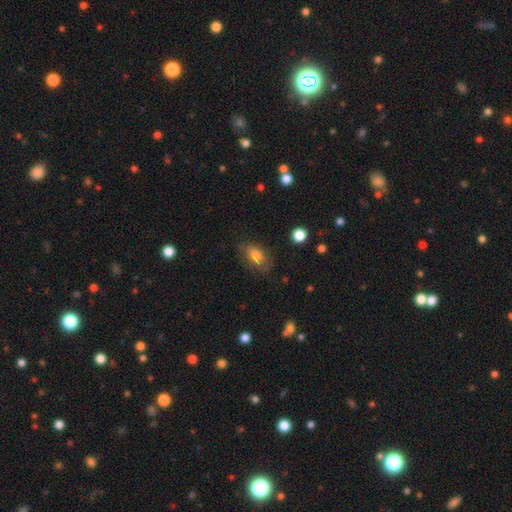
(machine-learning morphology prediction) smooth 71%, featured or disk 20%, star or artifact 9%. Down the decision tree: how rounded — in between (86%); merging — none (71%).